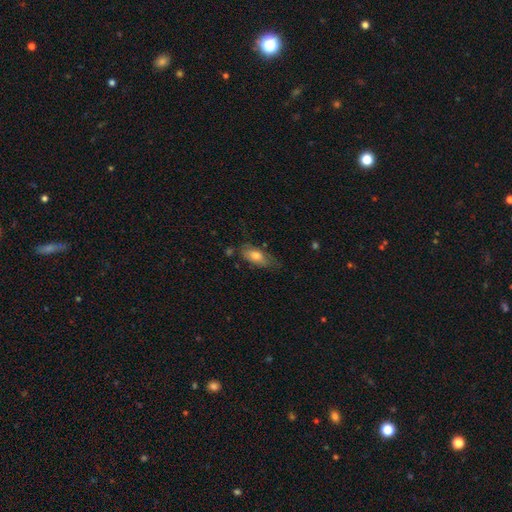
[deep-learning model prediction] Smooth or featured? Predicted: smooth (p=0.69). How rounded? Predicted: in between (p=0.83). Merging? Predicted: none (p=0.58).